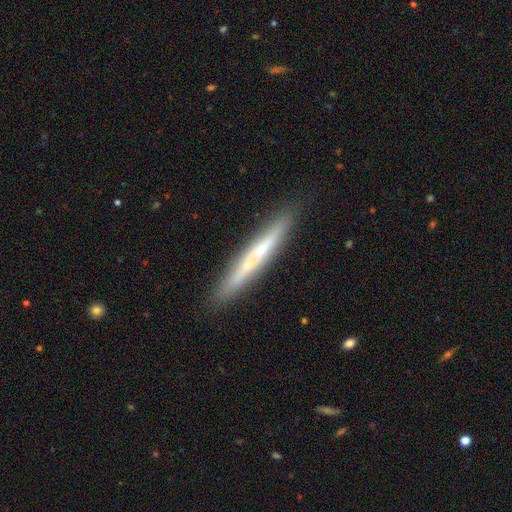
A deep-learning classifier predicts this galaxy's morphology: A featured or disk galaxy (56%) viewed edge-on (93%) with no central bulge (58%). Merging: none (89%).